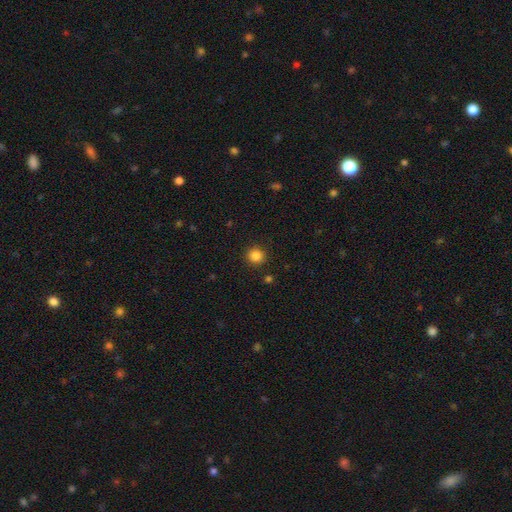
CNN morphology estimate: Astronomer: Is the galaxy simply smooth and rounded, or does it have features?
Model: smooth — 86%.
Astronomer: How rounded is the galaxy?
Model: round — 91%.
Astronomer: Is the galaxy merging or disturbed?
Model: none — 91%.